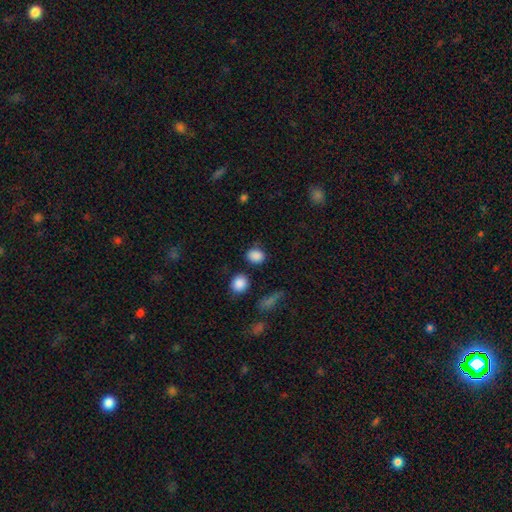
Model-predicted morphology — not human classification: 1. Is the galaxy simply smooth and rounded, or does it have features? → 86% smooth, 10% star or artifact, 4% featured or disk.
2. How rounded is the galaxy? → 50% round, 49% in between, 1% cigar-shaped.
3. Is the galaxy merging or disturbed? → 78% none, 13% minor disturbance, 5% merger, 4% major disturbance.